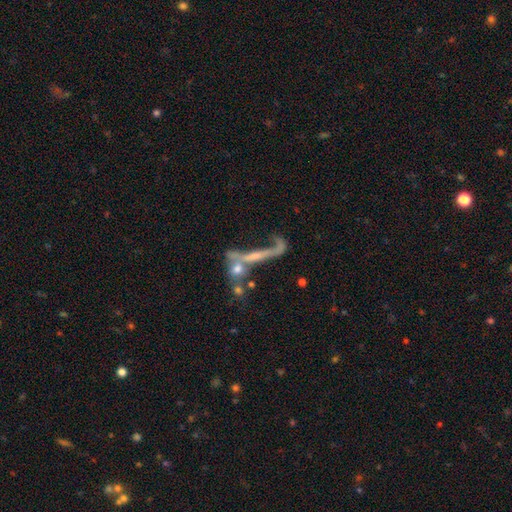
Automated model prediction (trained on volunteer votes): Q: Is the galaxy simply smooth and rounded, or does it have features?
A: featured or disk — 59%.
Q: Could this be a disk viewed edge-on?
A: no — 64%.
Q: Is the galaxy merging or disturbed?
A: merger — 46%.